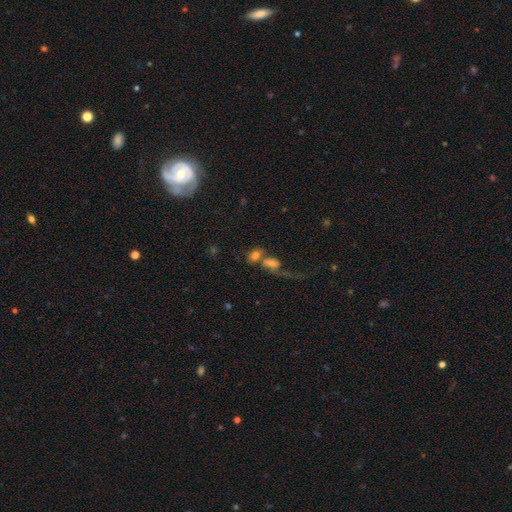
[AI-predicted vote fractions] Q: Smooth or featured?
A: smooth (69%); runner-up: featured or disk (17%)
Q: How rounded?
A: in between (71%); runner-up: round (25%)
Q: Merging?
A: merger (59%); runner-up: none (24%)